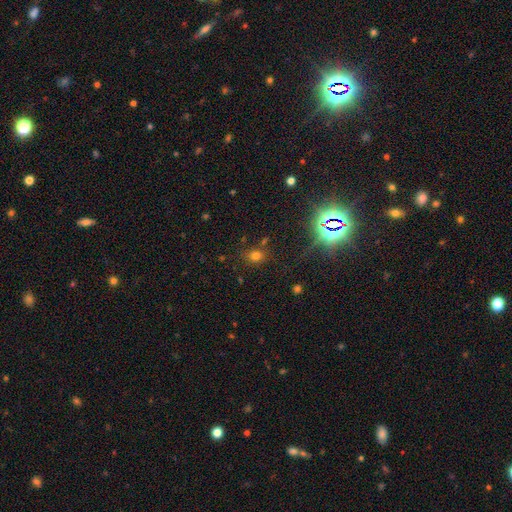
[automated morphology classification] Smooth or featured? smooth (69%)
How rounded? round (63%)
Merging? none (77%)